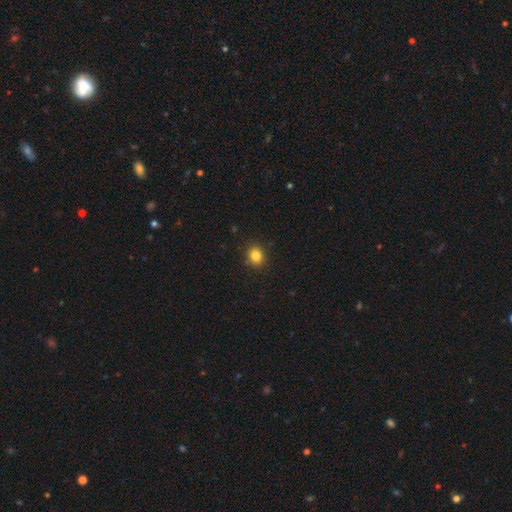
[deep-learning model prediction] This is clearly a smooth galaxy (83%). How rounded: likely round (73%). Merging: clearly none (89%).